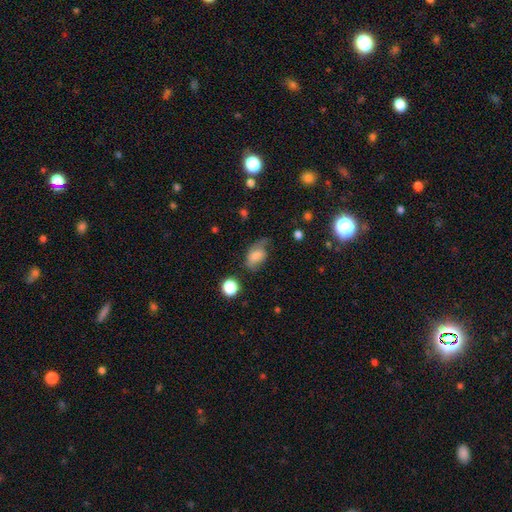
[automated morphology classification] smooth 70%, featured or disk 20%, star or artifact 10%. Down the decision tree: how rounded — in between (85%); merging — none (36%).